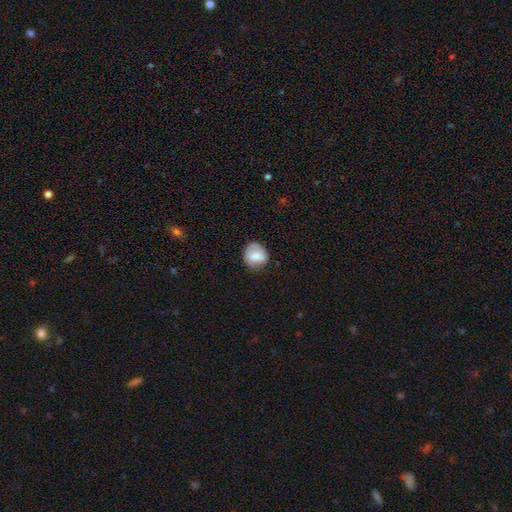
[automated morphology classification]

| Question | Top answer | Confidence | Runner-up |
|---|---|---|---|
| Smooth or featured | smooth | 77% | featured or disk (16%) |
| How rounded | round | 77% | in between (22%) |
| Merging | none | 71% | minor disturbance (22%) |